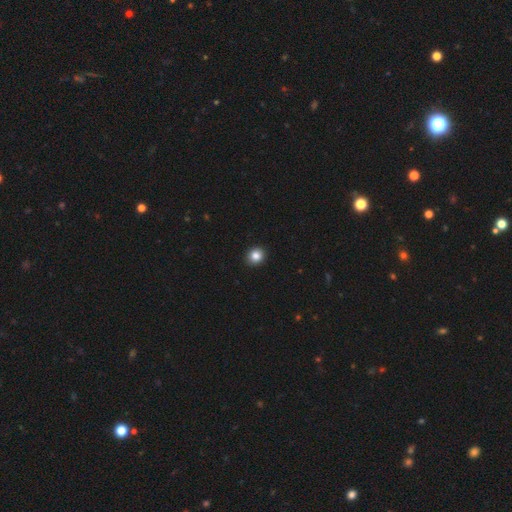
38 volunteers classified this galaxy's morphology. This appears to be a smooth galaxy with no disk features (92%) that is round (83%). Merging: none (97%).